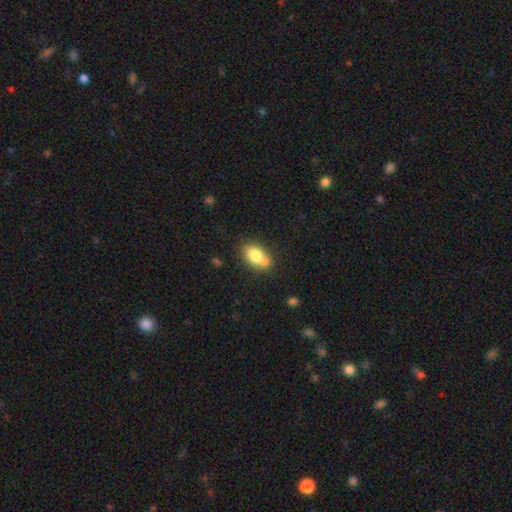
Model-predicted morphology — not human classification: smooth 79%, featured or disk 13%, star or artifact 8%. Down the decision tree: how rounded — in between (88%); merging — none (63%).